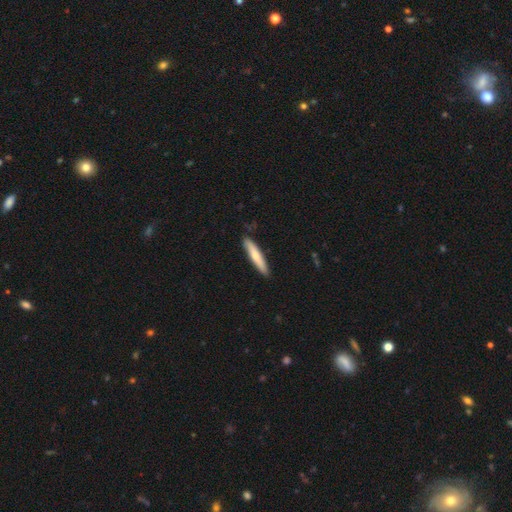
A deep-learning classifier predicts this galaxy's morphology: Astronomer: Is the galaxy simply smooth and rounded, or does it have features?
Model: smooth — 65%.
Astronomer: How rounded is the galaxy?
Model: cigar-shaped — 90%.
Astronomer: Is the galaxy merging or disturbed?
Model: none — 87%.